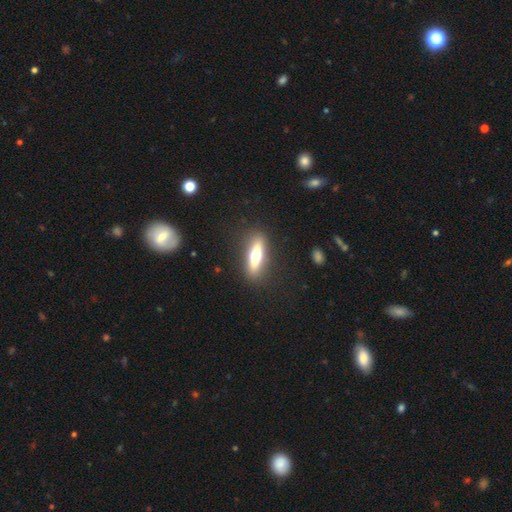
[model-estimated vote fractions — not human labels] Q: Smooth or featured?
A: smooth (48%); runner-up: featured or disk (45%)
Q: Merging?
A: none (87%); runner-up: minor disturbance (8%)